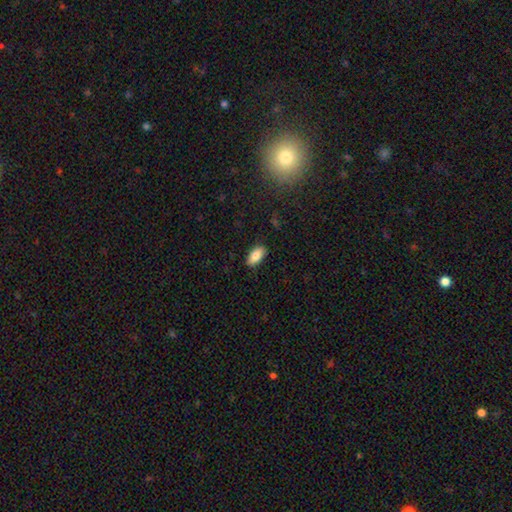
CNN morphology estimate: smooth_or_featured: smooth (p=0.86) [alt: star or artifact p=0.07]
how_rounded: in between (p=0.90) [alt: cigar-shaped p=0.08]
merging: none (p=0.87) [alt: minor disturbance p=0.10]